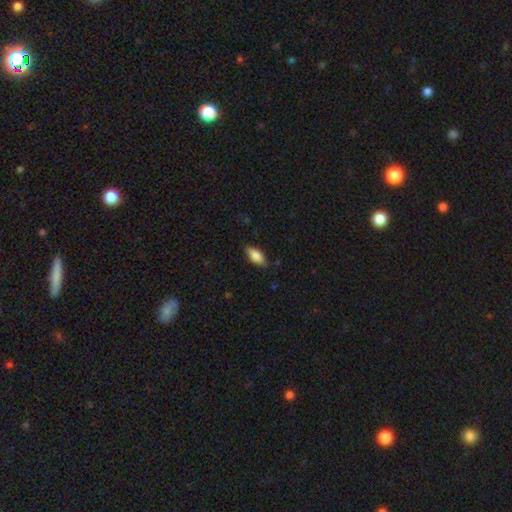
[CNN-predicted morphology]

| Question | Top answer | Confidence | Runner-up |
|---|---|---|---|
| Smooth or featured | smooth | 82% | featured or disk (11%) |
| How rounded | in between | 86% | cigar-shaped (12%) |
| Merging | none | 82% | minor disturbance (15%) |